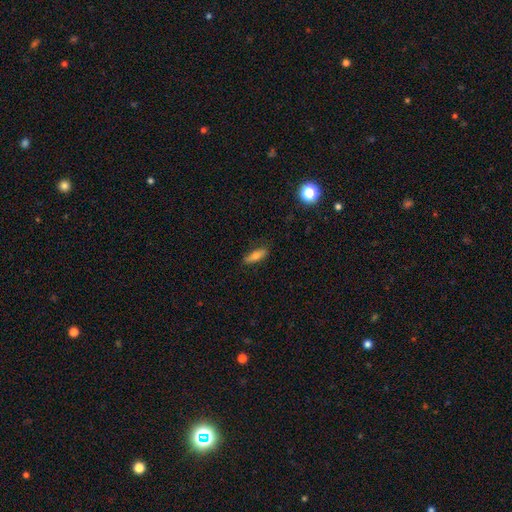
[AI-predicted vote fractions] smooth-or-featured: smooth: 71% | featured or disk: 21% | star or artifact: 8%
  how-rounded: in between: 55% | cigar-shaped: 42% | round: 3%
  merging: none: 82% | minor disturbance: 14% | major disturbance: 3% | merger: 1%